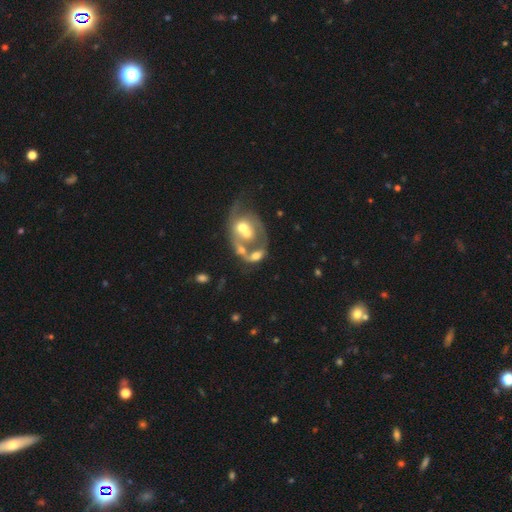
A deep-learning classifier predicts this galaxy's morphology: featured or disk 55%, smooth 33%, star or artifact 11%. Down the decision tree: edge-on disk — no (96%); bar — no (86%); spiral arms — no (76%); bulge size — moderate (45%); merging — merger (66%).